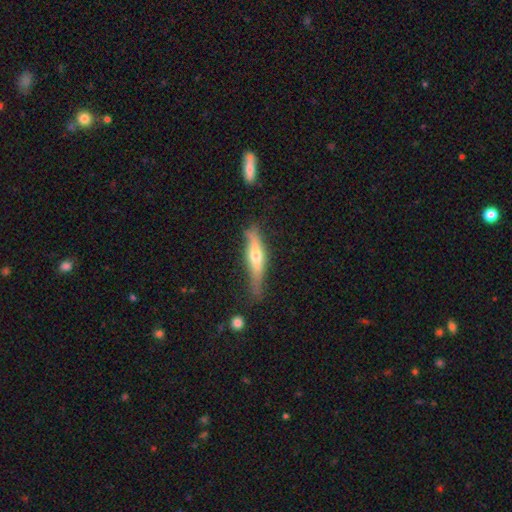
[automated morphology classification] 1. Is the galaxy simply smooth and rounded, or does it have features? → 56% featured or disk, 38% smooth, 6% star or artifact.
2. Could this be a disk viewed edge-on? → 90% yes, 10% no.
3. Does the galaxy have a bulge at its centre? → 87% rounded, 7% none, 6% boxy.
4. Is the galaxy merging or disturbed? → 64% none, 26% minor disturbance, 7% major disturbance, 3% merger.